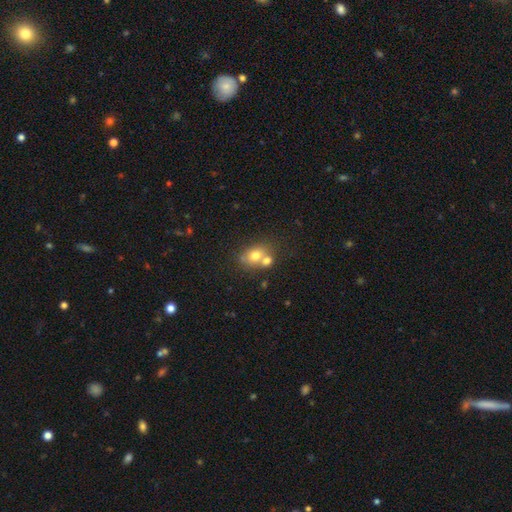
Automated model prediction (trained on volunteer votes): The model was most divided on "merging": merger: 44%, none: 41%, minor disturbance: 11%, major disturbance: 5%. More confident: smooth or featured — smooth (71%); how rounded — in between (54%).